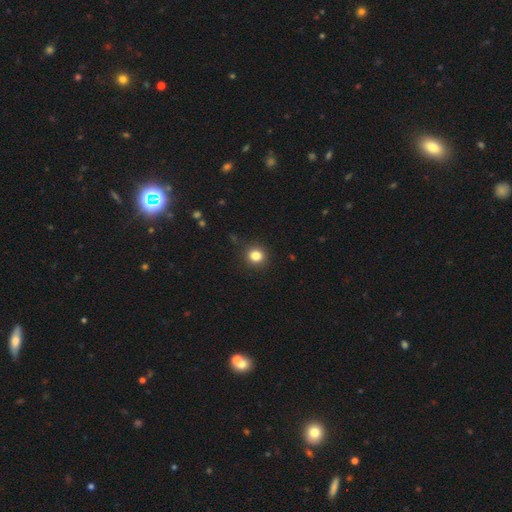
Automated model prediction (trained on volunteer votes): The model was most divided on "smooth or featured": smooth: 83%, star or artifact: 12%, featured or disk: 5%. More confident: merging — none (89%); how rounded — round (86%).